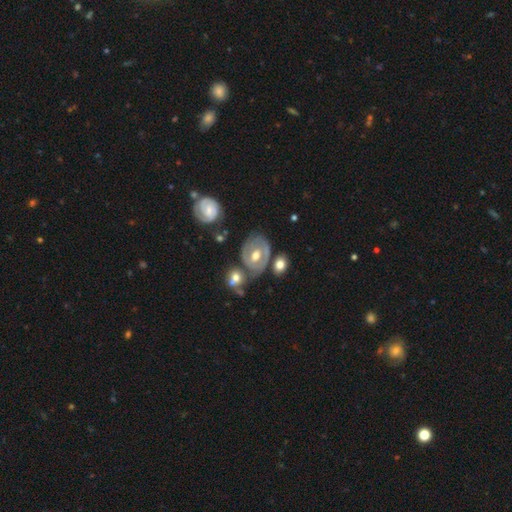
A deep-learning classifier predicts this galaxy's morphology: A featured or disk galaxy (68%) with no bar (47%), spiral arms (58%) and a moderate central bulge (73%).

Vote fractions:
- Smooth or featured? featured or disk: 68% / smooth: 26% / star or artifact: 6%
- Edge-on disk? no: 95% / yes: 5%
- Bar? no: 47% / weak: 38% / strong: 15%
- Spiral arms? yes: 58% / no: 42%
- Bulge size? moderate: 73% / small: 14% / large: 10% / none: 2% / dominant: 1%
- Merging? none: 57% / minor disturbance: 19% / merger: 14% / major disturbance: 10%